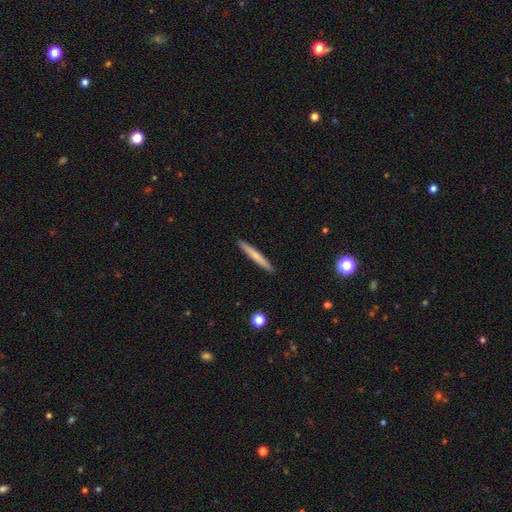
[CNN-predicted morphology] A smooth galaxy with no disk features (67%) that is cigar-shaped (96%).

Vote fractions:
- Smooth or featured? smooth: 67% / featured or disk: 27% / star or artifact: 6%
- How rounded? cigar-shaped: 96% / in between: 2% / round: 1%
- Merging? none: 92% / minor disturbance: 5% / major disturbance: 1% / merger: 1%